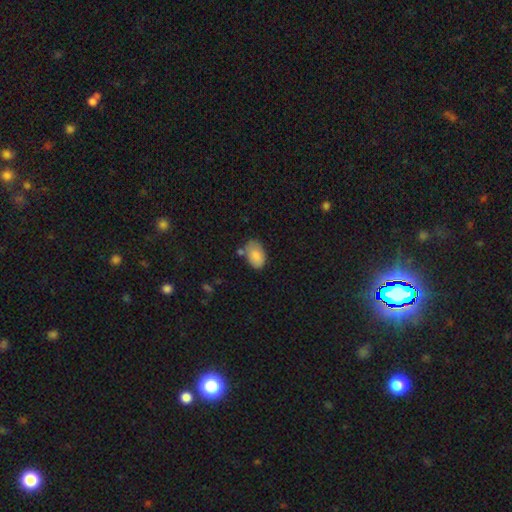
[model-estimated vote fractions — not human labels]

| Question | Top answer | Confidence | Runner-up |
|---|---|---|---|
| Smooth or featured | smooth | 85% | featured or disk (8%) |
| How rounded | in between | 88% | round (11%) |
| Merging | none | 60% | minor disturbance (24%) |